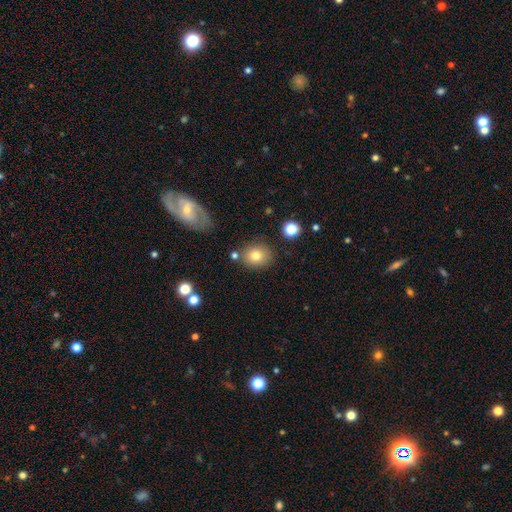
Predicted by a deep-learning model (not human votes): Smooth or featured: smooth — 79% (featured or disk — 11%)
How rounded: round — 70% (in between — 29%)
Merging: none — 76% (minor disturbance — 13%)